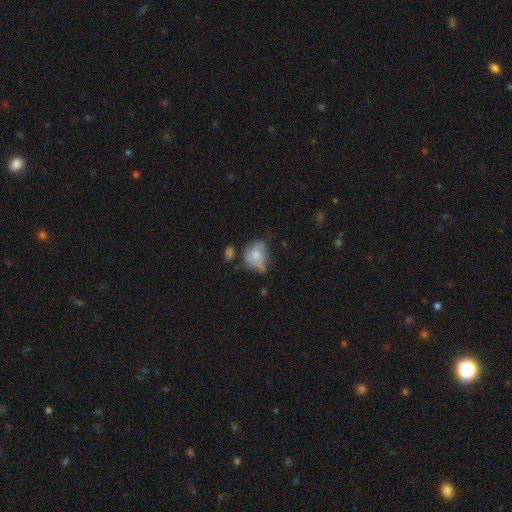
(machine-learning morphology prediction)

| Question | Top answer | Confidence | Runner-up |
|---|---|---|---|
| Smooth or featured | smooth | 60% | featured or disk (31%) |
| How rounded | in between | 56% | round (43%) |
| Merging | minor disturbance | 36% | none (29%) |